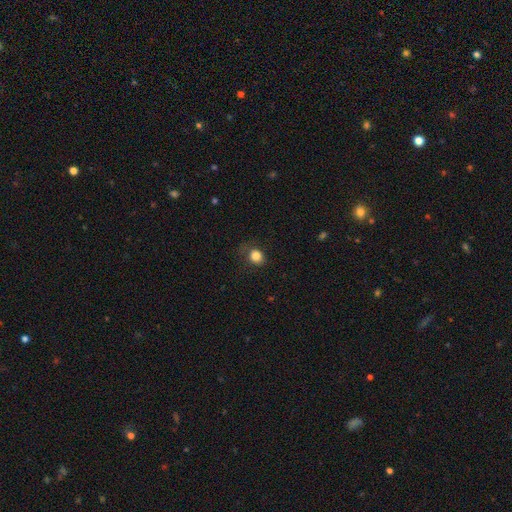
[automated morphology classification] Smooth or featured: smooth — 84% (star or artifact — 11%)
How rounded: round — 73% (in between — 26%)
Merging: none — 67% (minor disturbance — 21%)